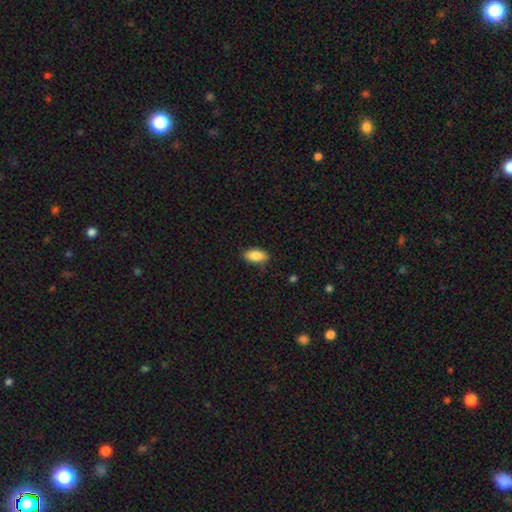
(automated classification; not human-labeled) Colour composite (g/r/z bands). It shows a smooth galaxy with no disk features (85%) that is in between round and cigar-shaped (92%). Merging: none (82%).